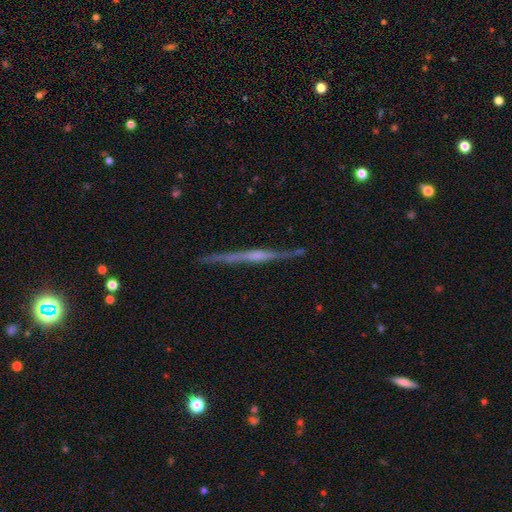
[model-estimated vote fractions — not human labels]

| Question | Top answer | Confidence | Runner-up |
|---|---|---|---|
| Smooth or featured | featured or disk | 79% | smooth (14%) |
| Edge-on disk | yes | 98% | no (2%) |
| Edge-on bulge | rounded | 48% | none (39%) |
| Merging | none | 89% | minor disturbance (8%) |